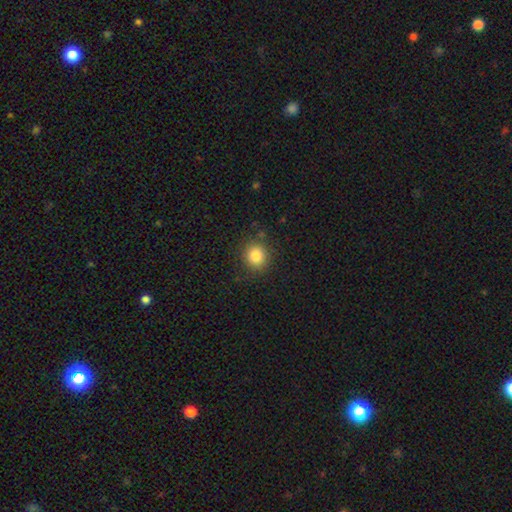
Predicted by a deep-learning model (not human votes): The model was most divided on "how rounded": round: 86%, in between: 13%, cigar-shaped: 1%. More confident: merging — none (86%); smooth or featured — smooth (84%).